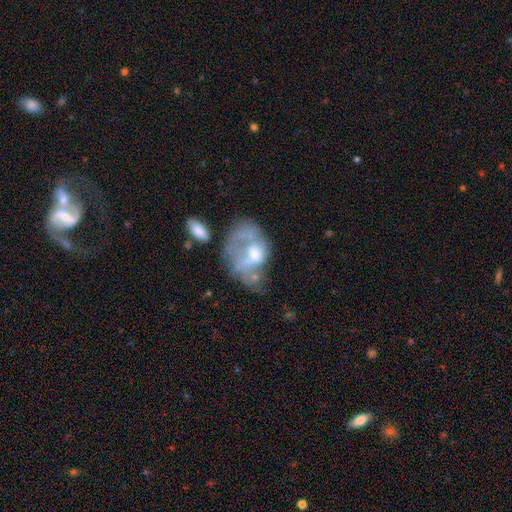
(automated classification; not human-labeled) Morphology: type=featured or disk (55%); edge-on=no (97%); bar=no (75%); spiral arms=no (77%); bulge=moderate (49%); merging=major disturbance (40%).